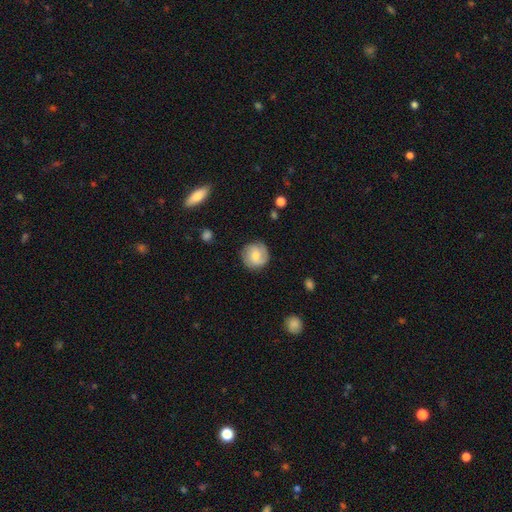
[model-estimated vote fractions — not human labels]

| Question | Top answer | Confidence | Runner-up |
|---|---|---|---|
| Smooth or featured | smooth | 53% | featured or disk (40%) |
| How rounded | round | 92% | in between (6%) |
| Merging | none | 84% | minor disturbance (12%) |